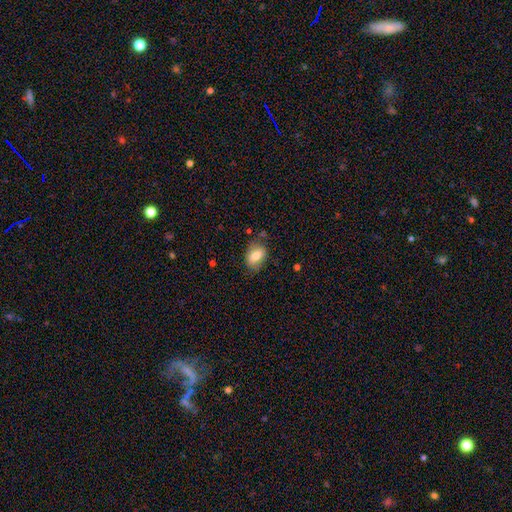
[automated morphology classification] This is likely a smooth galaxy (76%). How rounded: likely in between (78%). Merging: likely none (73%).